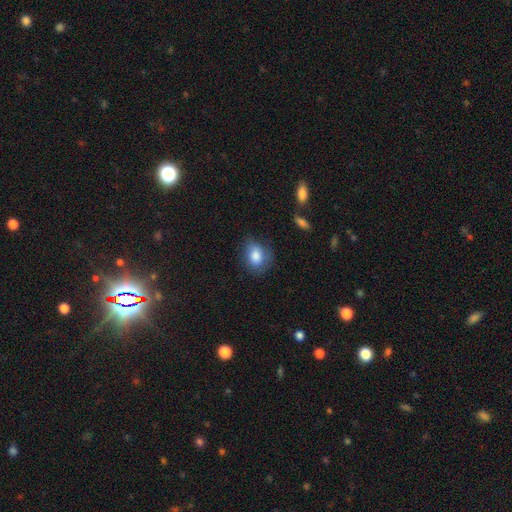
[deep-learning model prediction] smooth 82%, featured or disk 11%, star or artifact 8%. Down the decision tree: how rounded — in between (66%); merging — none (67%).